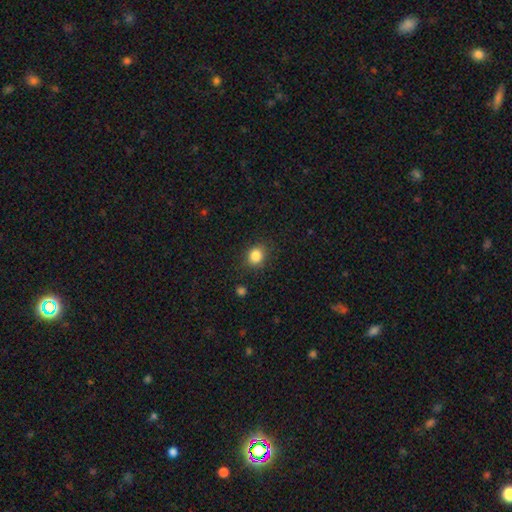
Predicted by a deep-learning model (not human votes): A smooth galaxy with no disk features (85%) that is round (73%).

Vote fractions:
- Smooth or featured? smooth: 85% / star or artifact: 11% / featured or disk: 5%
- How rounded? round: 73% / in between: 26% / cigar-shaped: 1%
- Merging? none: 85% / minor disturbance: 11% / major disturbance: 3% / merger: 2%